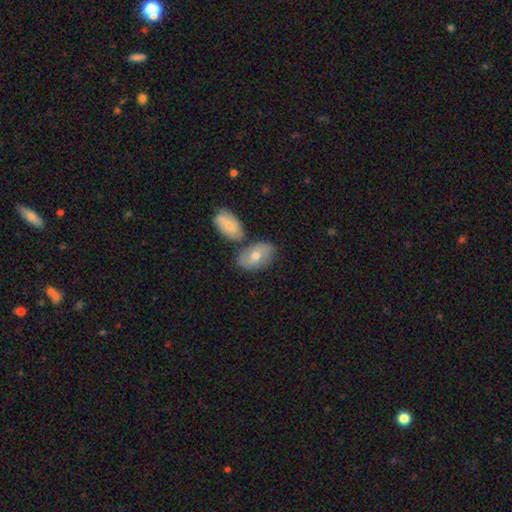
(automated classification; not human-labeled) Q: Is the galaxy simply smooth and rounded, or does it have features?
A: smooth — 59%.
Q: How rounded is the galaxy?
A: in between — 90%.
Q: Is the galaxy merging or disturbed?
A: none — 58%.